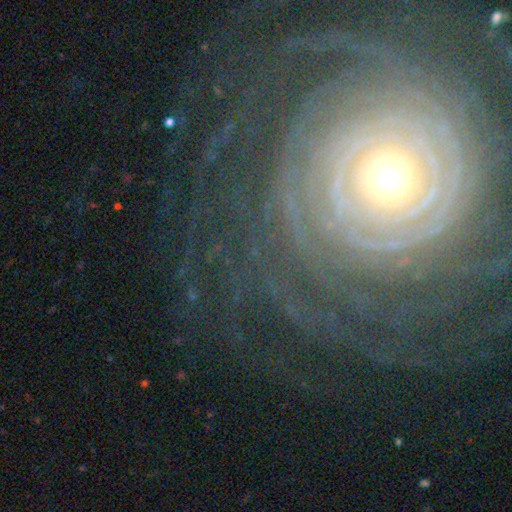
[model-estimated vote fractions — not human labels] The model was most divided on "bulge size": small: 49%, moderate: 44%, large: 4%, dominant: 2%, none: 1%. Remaining: edge-on disk — no (96%); spiral arms — yes (94%); spiral winding — tight (85%); smooth or featured — featured or disk (83%); merging — none (79%); bar — no (74%); spiral arm count — more than 4 (33%).